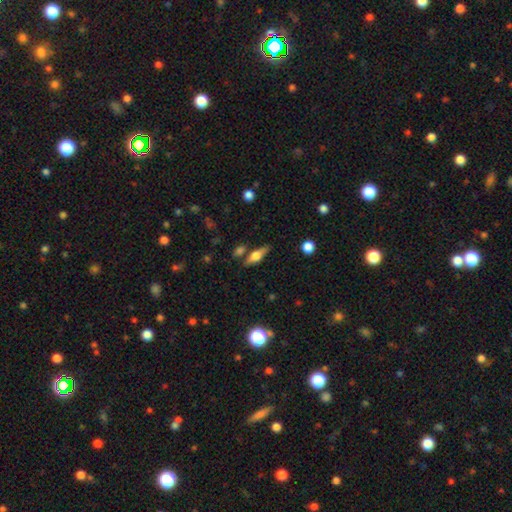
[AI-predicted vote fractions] smooth_or_featured: smooth (p=0.50) [alt: featured or disk p=0.42]
how_rounded: in between (p=0.55) [alt: cigar-shaped p=0.41]
merging: none (p=0.73) [alt: minor disturbance p=0.15]